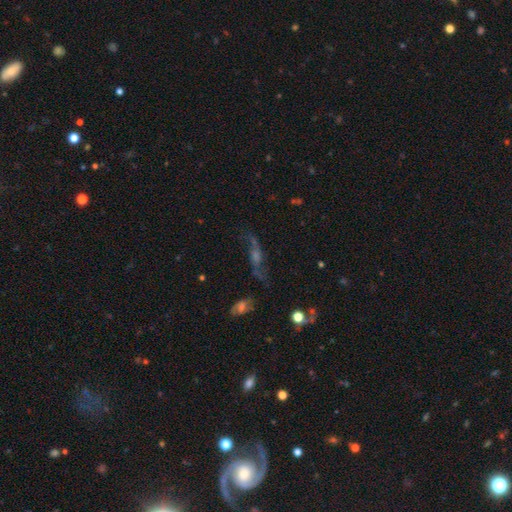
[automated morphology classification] This is likely a featured or disk galaxy (69%). It is likely not viewed edge-on (74%). Bar: possibly no (51%). Spiral arm pattern: clearly yes (88%). Central bulge: marginally moderate (38%). Merging: likely none (66%).